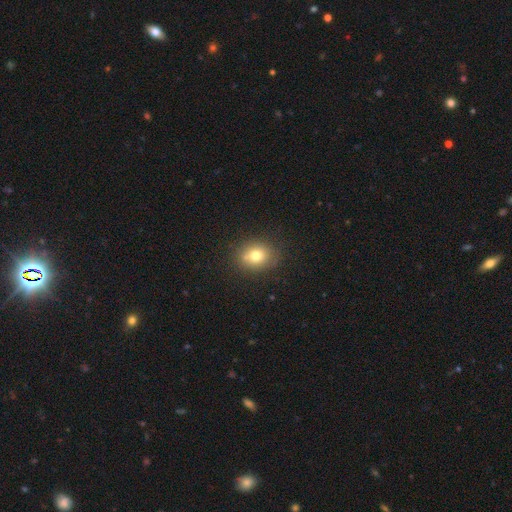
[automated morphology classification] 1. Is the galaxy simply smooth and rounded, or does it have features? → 75% smooth, 13% star or artifact, 12% featured or disk.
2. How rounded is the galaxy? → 58% round, 41% in between, 1% cigar-shaped.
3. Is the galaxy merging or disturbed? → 79% none, 13% minor disturbance, 4% merger, 4% major disturbance.